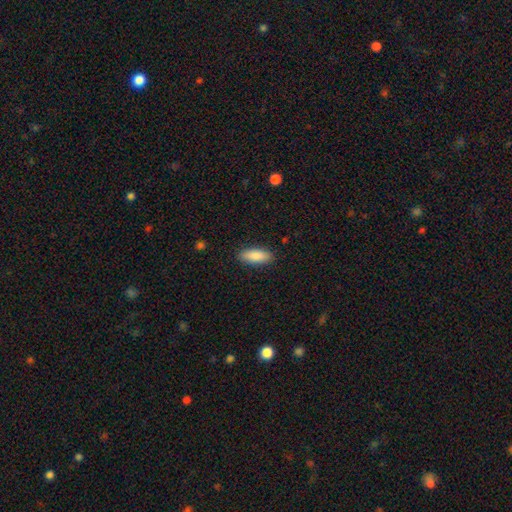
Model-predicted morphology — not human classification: Smooth or featured? Predicted: smooth (p=0.88). How rounded? Predicted: in between (p=0.73). Merging? Predicted: none (p=0.88).